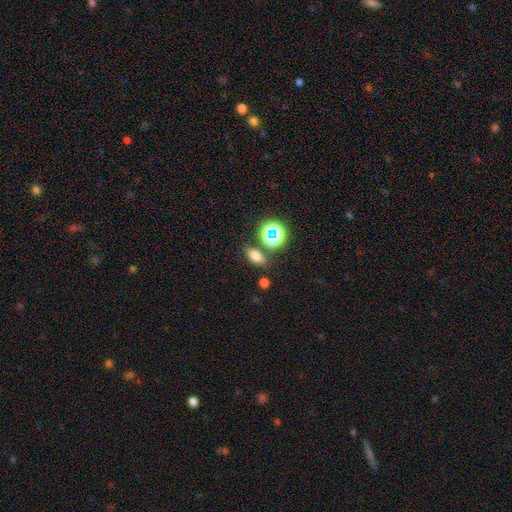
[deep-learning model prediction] Smooth or featured? smooth (68%)
How rounded? in between (79%)
Merging? none (78%)